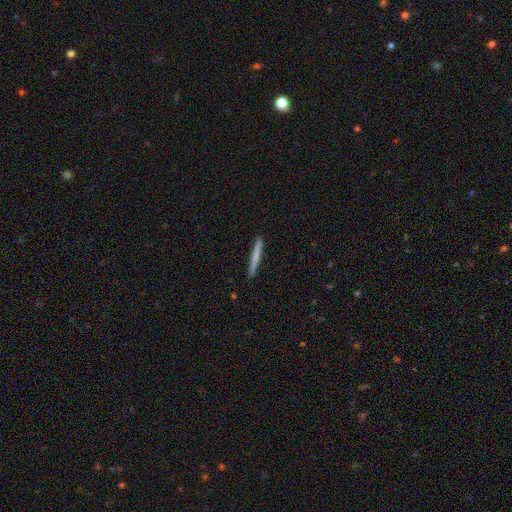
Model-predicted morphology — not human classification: smooth_or_featured: smooth (p=0.73) [alt: featured or disk p=0.22]
how_rounded: cigar-shaped (p=0.97) [alt: in between p=0.02]
merging: none (p=0.92) [alt: minor disturbance p=0.06]